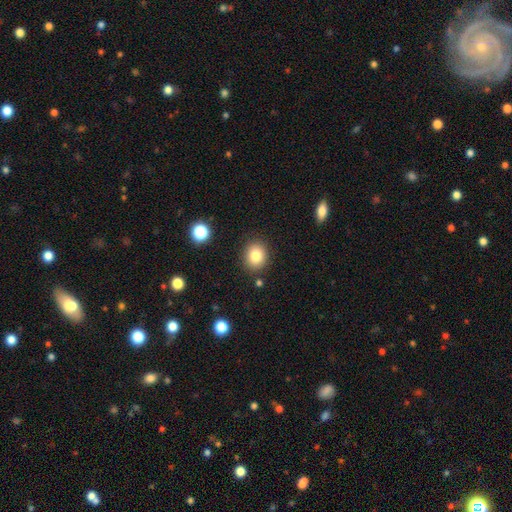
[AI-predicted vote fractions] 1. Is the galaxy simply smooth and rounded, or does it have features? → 82% smooth, 10% star or artifact, 8% featured or disk.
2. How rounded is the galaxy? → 67% round, 32% in between, 1% cigar-shaped.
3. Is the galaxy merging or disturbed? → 87% none, 9% minor disturbance, 2% major disturbance, 2% merger.